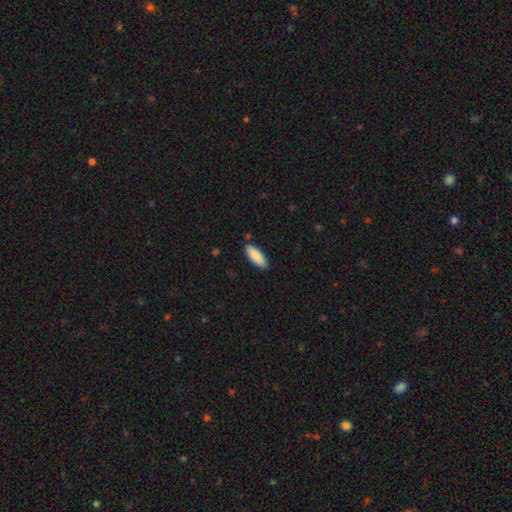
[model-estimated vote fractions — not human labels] Smooth or featured?
  - smooth: 88% *
  - featured or disk: 6%
  - star or artifact: 6%
How rounded?
  - in between: 73% *
  - cigar-shaped: 26%
  - round: 2%
Merging?
  - none: 86% *
  - minor disturbance: 10%
  - major disturbance: 2%
  - merger: 2%